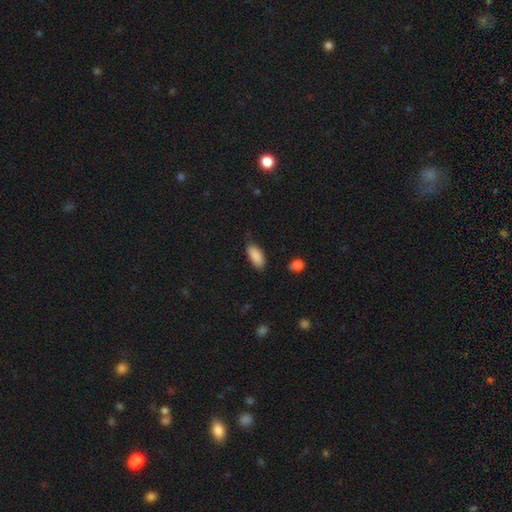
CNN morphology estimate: Smooth or featured?
  - smooth: 89% *
  - star or artifact: 7%
  - featured or disk: 5%
How rounded?
  - in between: 86% *
  - cigar-shaped: 12%
  - round: 2%
Merging?
  - none: 80% *
  - minor disturbance: 15%
  - major disturbance: 3%
  - merger: 2%